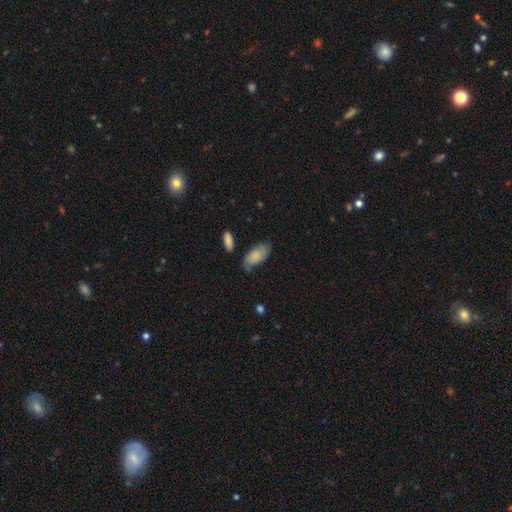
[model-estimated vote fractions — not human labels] Q: Smooth or featured?
A: smooth (68%); runner-up: featured or disk (26%)
Q: How rounded?
A: in between (92%); runner-up: cigar-shaped (5%)
Q: Merging?
A: none (61%); runner-up: minor disturbance (27%)